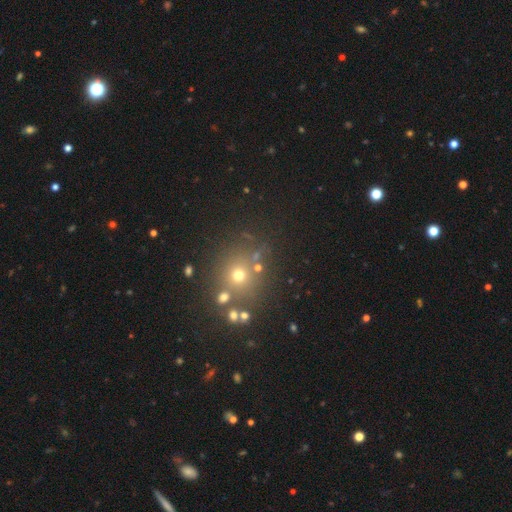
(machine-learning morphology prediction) Q: Smooth or featured?
A: smooth (49%); runner-up: star or artifact (39%)
Q: Merging?
A: none (74%); runner-up: merger (12%)